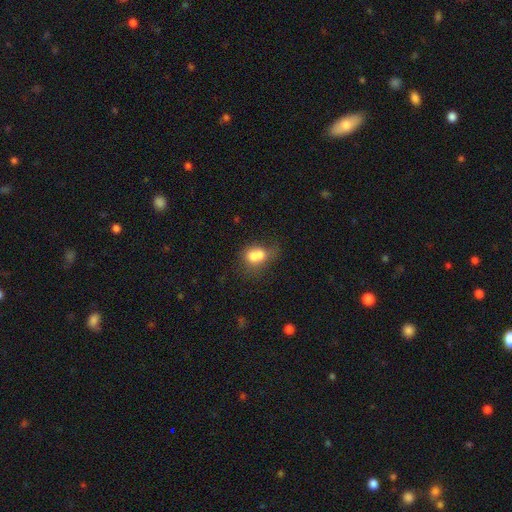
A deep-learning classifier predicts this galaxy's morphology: Smooth or featured? smooth (71%)
How rounded? in between (53%)
Merging? merger (54%)